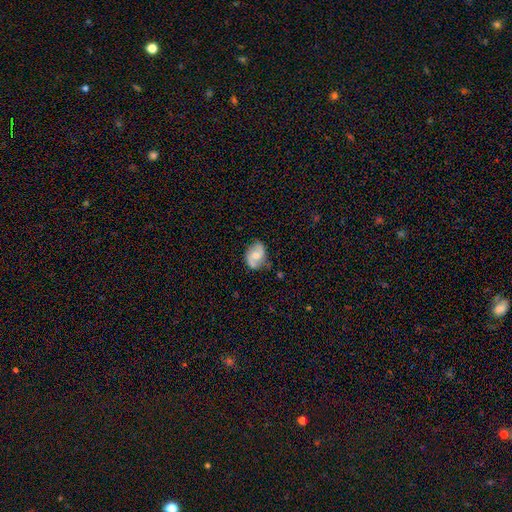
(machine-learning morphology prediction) smooth-or-featured: featured or disk: 61% | smooth: 32% | star or artifact: 7%
  disk-edge-on: no: 97% | yes: 3%
    bar: no: 54% | weak: 37% | strong: 8%
    has-spiral-arms: yes: 89% | no: 11%
      spiral-winding: loose: 42% (tied) | medium: 42% (tied) | tight: 17%
      spiral-arm-count: 2: 86% | can't tell: 7% | 1: 4% | 3: 1% | 4: 1% | more than 4: 1%
    bulge-size: moderate: 55% | small: 35% | none: 5% | large: 4% | dominant: 1%
  merging: none: 66% | minor disturbance: 24% | major disturbance: 7% | merger: 3%